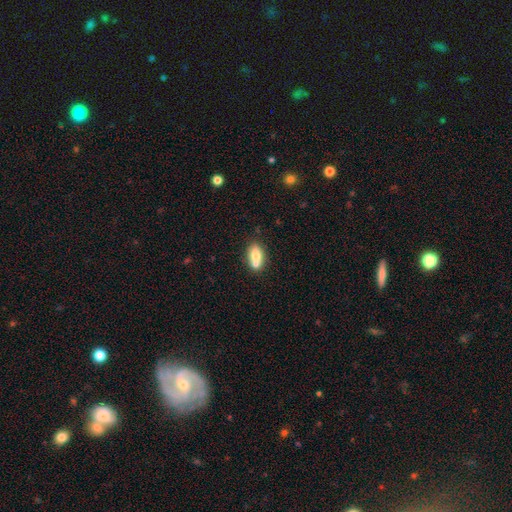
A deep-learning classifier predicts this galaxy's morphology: Smooth or featured?
  - smooth: 73% *
  - featured or disk: 19%
  - star or artifact: 8%
How rounded?
  - in between: 83% *
  - round: 13%
  - cigar-shaped: 5%
Merging?
  - none: 44% *
  - merger: 41%
  - minor disturbance: 11%
  - major disturbance: 3%